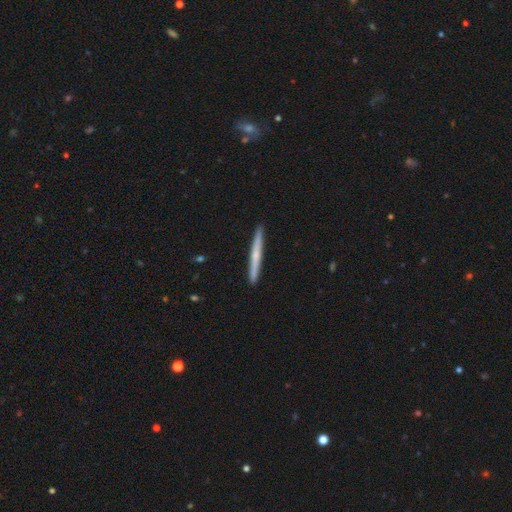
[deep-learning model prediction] This is possibly a featured or disk galaxy (50%). Merging: clearly none (92%).